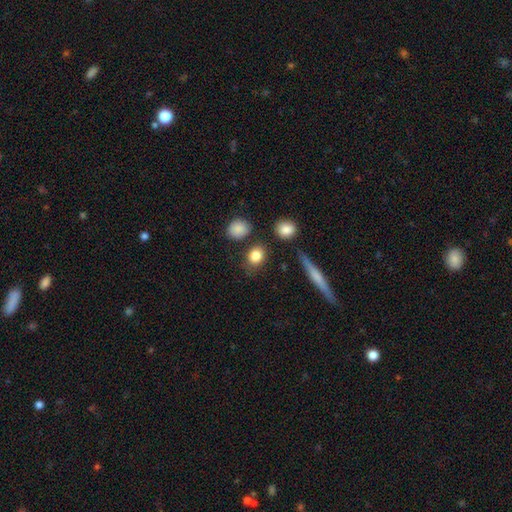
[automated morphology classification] smooth-or-featured: smooth: 84% | star or artifact: 9% | featured or disk: 7%
  how-rounded: round: 54% | in between: 44% | cigar-shaped: 3%
  merging: none: 76% | minor disturbance: 12% | merger: 7% | major disturbance: 4%